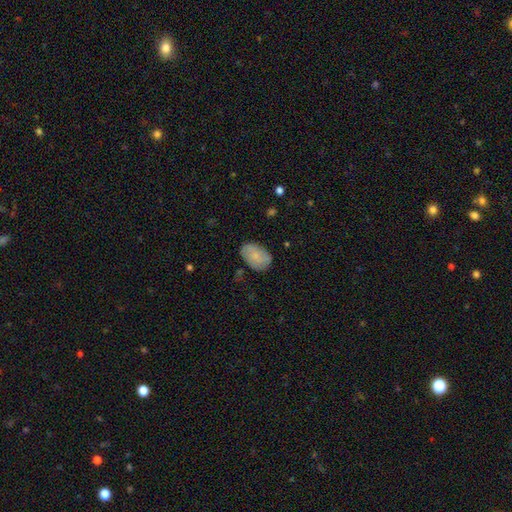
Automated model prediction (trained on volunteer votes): smooth_or_featured: smooth (p=0.73) [alt: featured or disk p=0.21]
how_rounded: in between (p=0.89) [alt: round p=0.10]
merging: none (p=0.77) [alt: minor disturbance p=0.18]